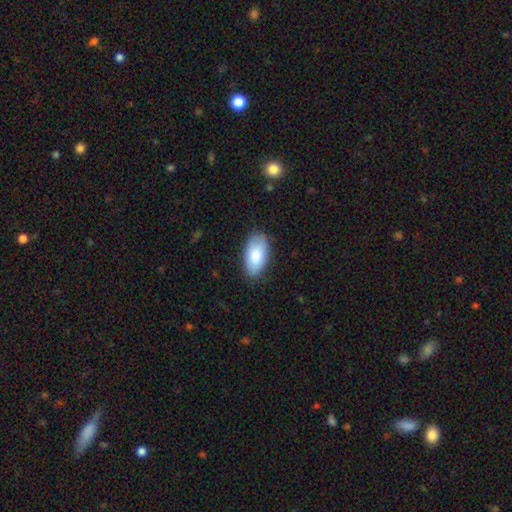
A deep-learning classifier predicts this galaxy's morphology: Smooth or featured? smooth (84%)
How rounded? in between (95%)
Merging? none (82%)